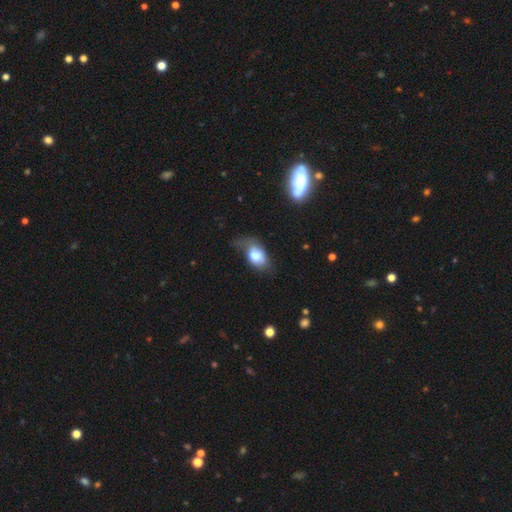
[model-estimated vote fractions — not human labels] This is likely a smooth galaxy (73%). How rounded: clearly in between (89%). Merging: marginally minor disturbance (36%).